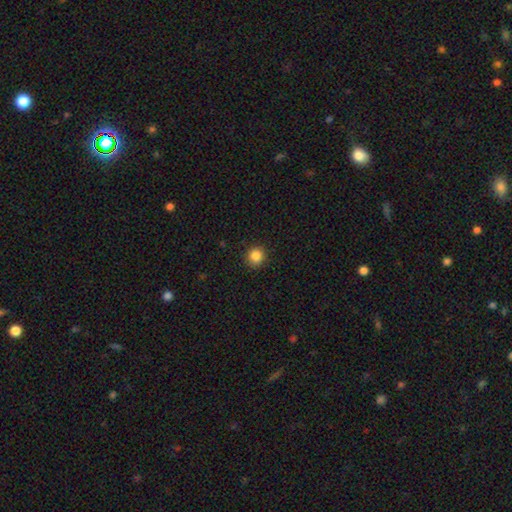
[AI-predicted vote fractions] The model was most divided on "smooth or featured": smooth: 86%, star or artifact: 11%, featured or disk: 4%. More confident: how rounded — round (91%); merging — none (90%).